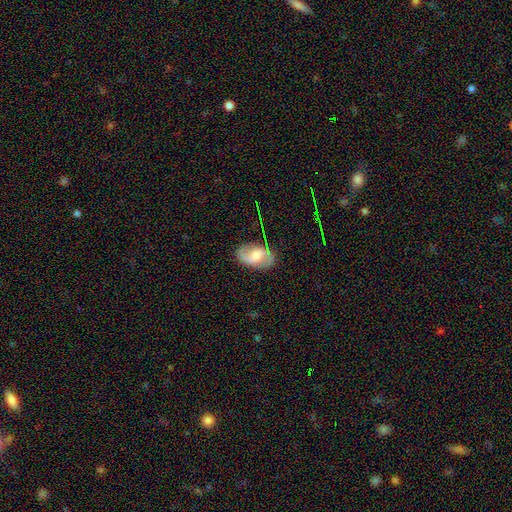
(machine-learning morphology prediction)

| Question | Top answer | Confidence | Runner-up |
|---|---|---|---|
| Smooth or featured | featured or disk | 66% | smooth (27%) |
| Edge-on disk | no | 96% | yes (4%) |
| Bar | weak | 47% | no (42%) |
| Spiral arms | yes | 89% | no (11%) |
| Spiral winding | medium | 45% | loose (40%) |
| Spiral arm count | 2 | 83% | 1 (8%) |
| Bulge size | moderate | 43% | small (24%) |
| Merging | none | 75% | minor disturbance (17%) |